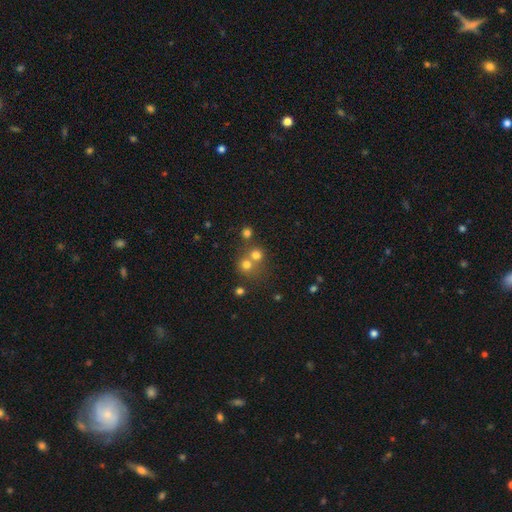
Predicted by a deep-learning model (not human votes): The model was most divided on "merging": none: 49%, merger: 43%, minor disturbance: 6%, major disturbance: 3%. More confident: how rounded — round (87%); smooth or featured — smooth (71%).